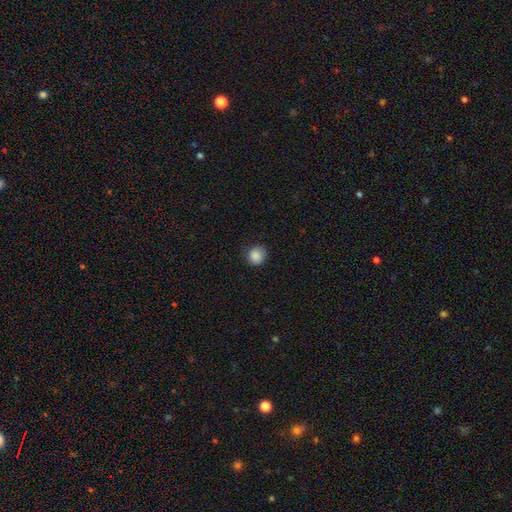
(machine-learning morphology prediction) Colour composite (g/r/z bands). It shows a smooth galaxy with no disk features (87%) that is round (87%). Merging: none (81%).